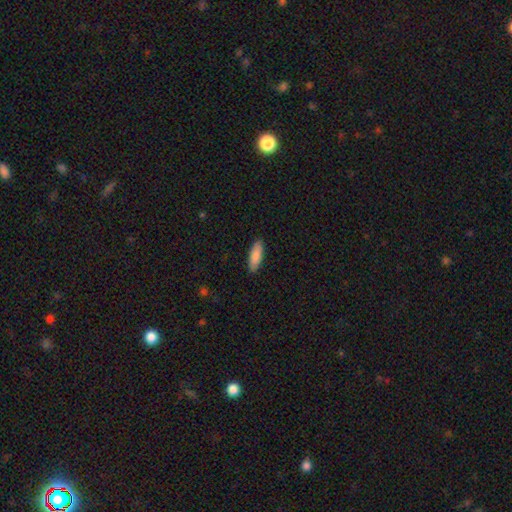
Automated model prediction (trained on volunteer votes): smooth_or_featured: smooth (p=0.88) [alt: featured or disk p=0.07]
how_rounded: in between (p=0.58) [alt: cigar-shaped p=0.40]
merging: none (p=0.89) [alt: minor disturbance p=0.08]